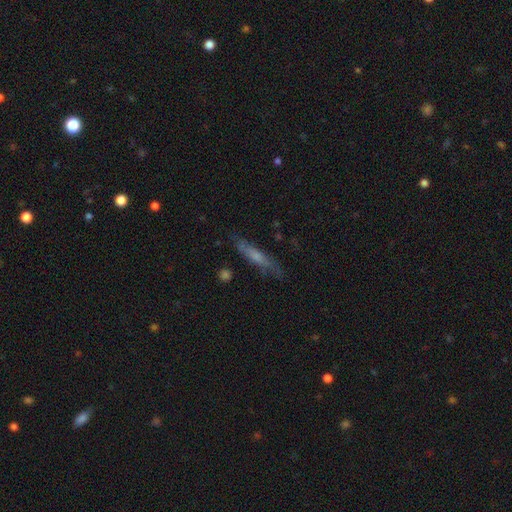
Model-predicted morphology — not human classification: smooth-or-featured: featured or disk: 48% | smooth: 44% | star or artifact: 8%
  merging: none: 75% | minor disturbance: 18% | major disturbance: 5% | merger: 2%